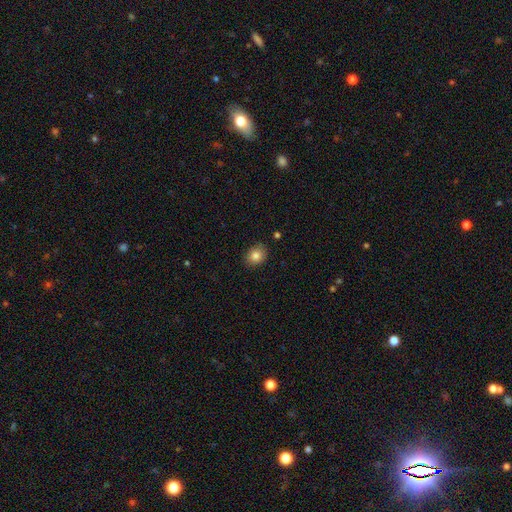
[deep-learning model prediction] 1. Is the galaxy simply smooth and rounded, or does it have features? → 83% smooth, 9% star or artifact, 7% featured or disk.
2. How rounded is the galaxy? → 55% round, 44% in between, 1% cigar-shaped.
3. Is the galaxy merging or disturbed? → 86% none, 11% minor disturbance, 2% major disturbance, 1% merger.